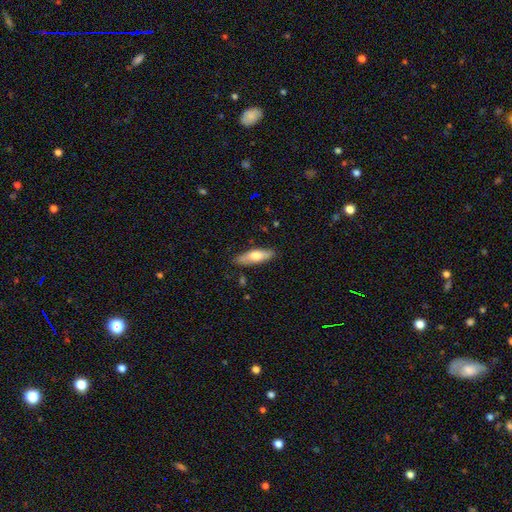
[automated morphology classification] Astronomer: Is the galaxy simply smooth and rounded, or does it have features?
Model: smooth — 65%.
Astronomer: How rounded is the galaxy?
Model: cigar-shaped — 50% (runner-up: in between, 48%).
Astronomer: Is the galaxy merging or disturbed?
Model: none — 85%.